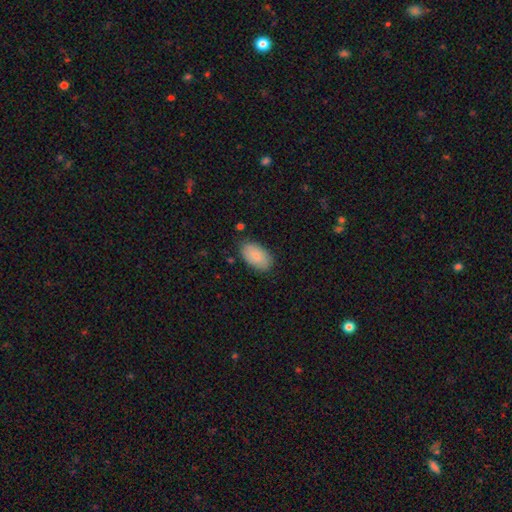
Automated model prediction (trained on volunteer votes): smooth 83%, featured or disk 11%, star or artifact 6%. Down the decision tree: how rounded — in between (94%); merging — none (82%).